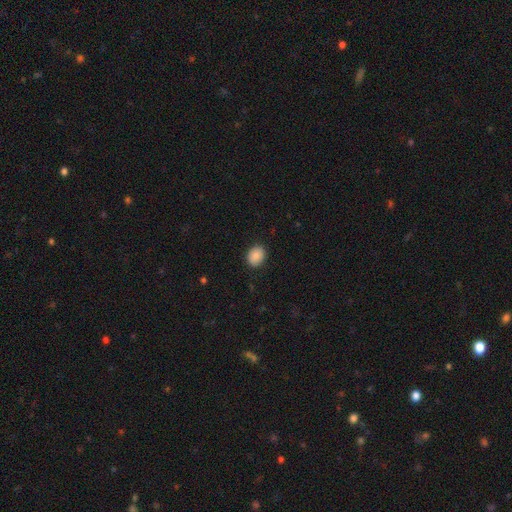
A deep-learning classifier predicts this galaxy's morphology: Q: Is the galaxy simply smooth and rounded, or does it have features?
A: smooth — 89%.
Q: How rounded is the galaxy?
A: in between — 57%.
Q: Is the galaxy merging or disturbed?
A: none — 88%.